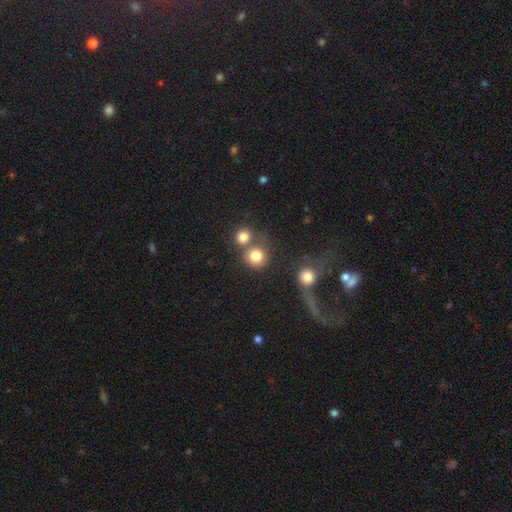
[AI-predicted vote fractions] Morphology: type=smooth (81%); roundness=round (87%); merging=none (56%).